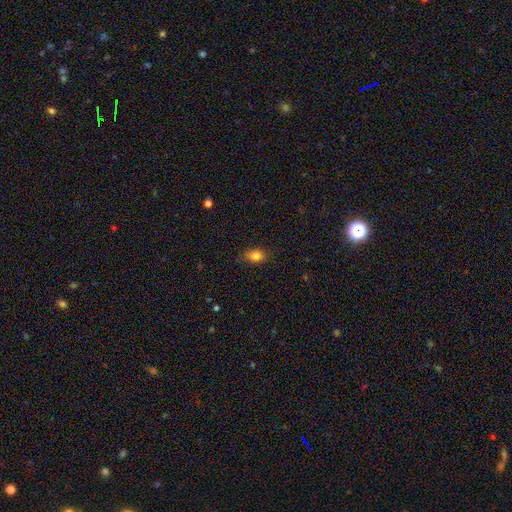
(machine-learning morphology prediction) Smooth or featured? smooth (82%)
How rounded? in between (76%)
Merging? none (81%)